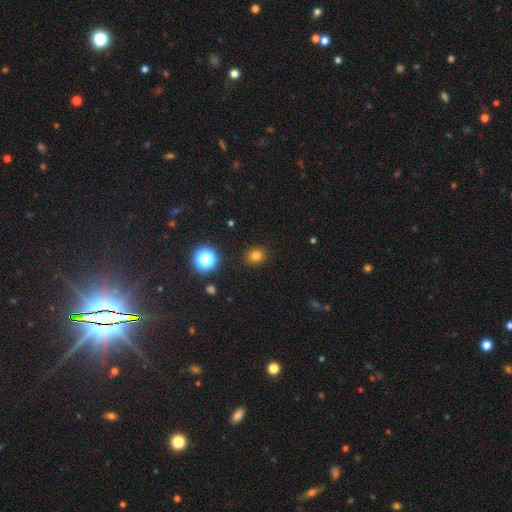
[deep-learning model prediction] Morphology: type=smooth (77%); roundness=round (70%); merging=none (89%).